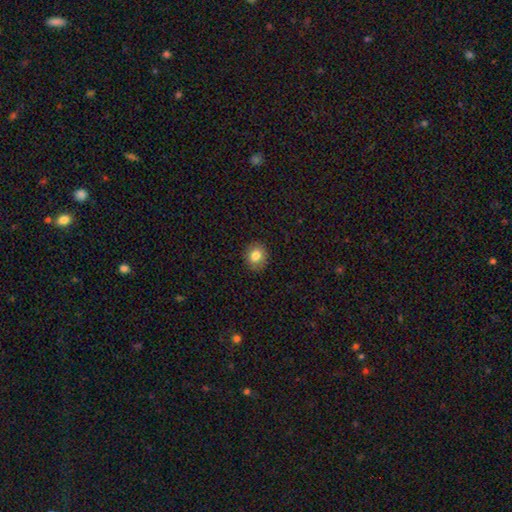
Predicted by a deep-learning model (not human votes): Morphology: type=smooth (82%); roundness=round (77%); merging=none (89%).